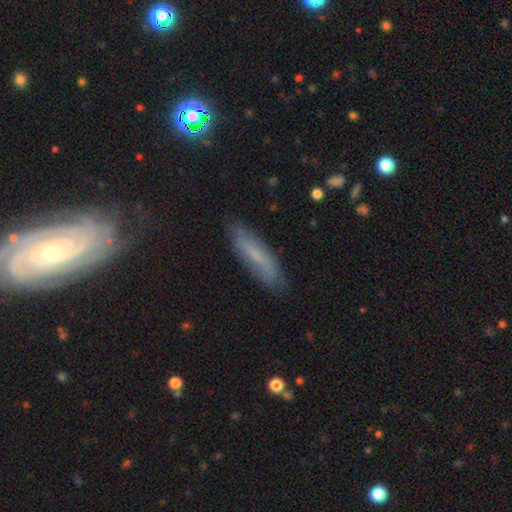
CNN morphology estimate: Overall: smooth (44%; featured or disk 43%). Merging: none (77%).